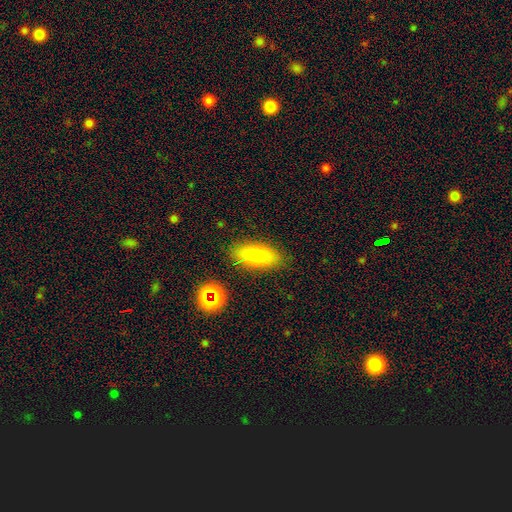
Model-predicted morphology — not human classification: type=smooth (79%); roundness=in between (77%); merging=none (85%).